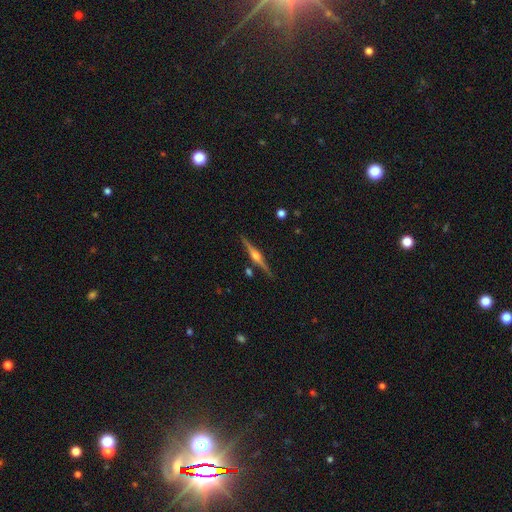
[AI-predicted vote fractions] Overall: featured or disk (83%). Edge-on disk: yes (98%). Edge-on bulge: rounded (92%). Merging: none (87%).